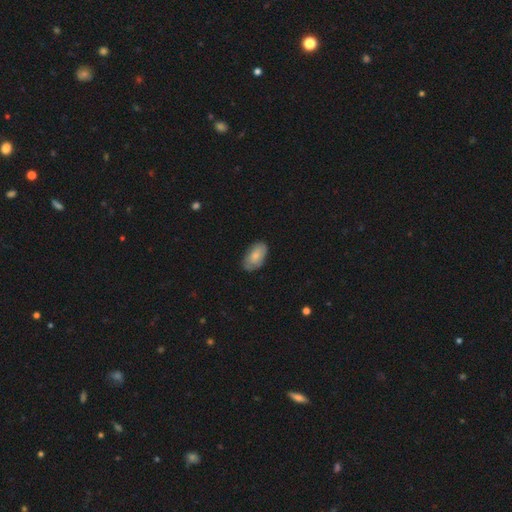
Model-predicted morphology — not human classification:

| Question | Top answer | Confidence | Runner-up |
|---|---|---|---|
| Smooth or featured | smooth | 71% | featured or disk (23%) |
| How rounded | in between | 94% | round (4%) |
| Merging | none | 77% | minor disturbance (19%) |